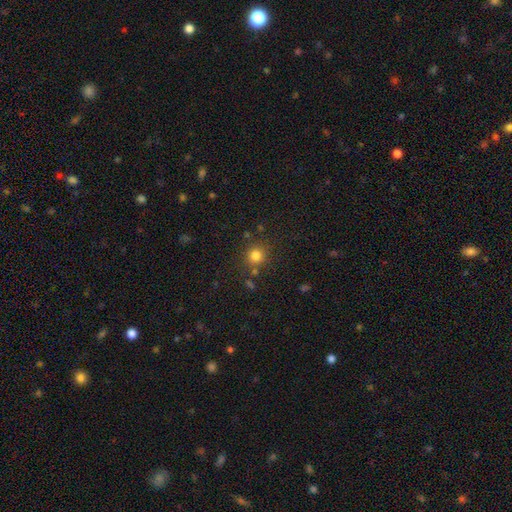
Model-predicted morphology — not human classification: Smooth or featured: smooth — 81% (star or artifact — 14%)
How rounded: round — 91% (in between — 8%)
Merging: none — 81% (minor disturbance — 9%)